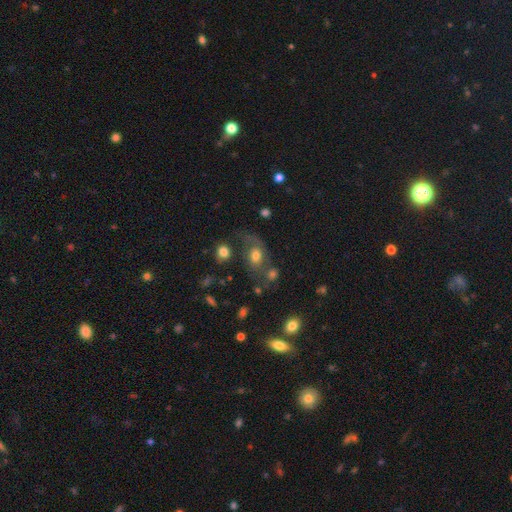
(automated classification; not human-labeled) Smooth or featured?
  - smooth: 57% *
  - featured or disk: 31%
  - star or artifact: 12%
How rounded?
  - in between: 61% *
  - round: 37%
  - cigar-shaped: 2%
Merging?
  - none: 41% *
  - major disturbance: 23%
  - minor disturbance: 20%
  - merger: 16%